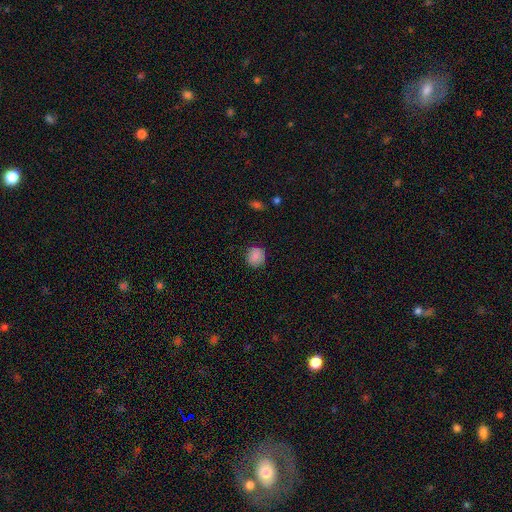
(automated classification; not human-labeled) This is clearly a smooth galaxy (86%). How rounded: clearly round (83%). Merging: clearly none (85%).